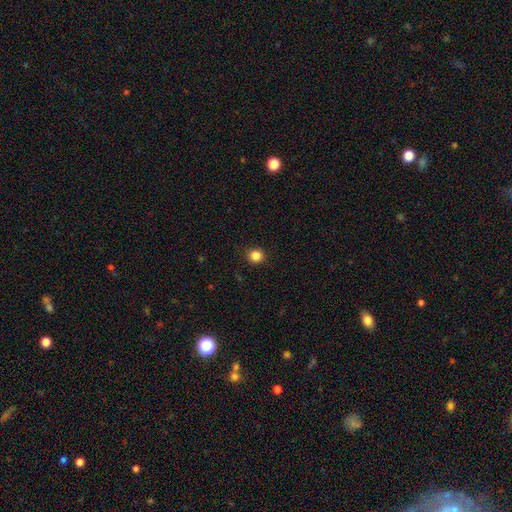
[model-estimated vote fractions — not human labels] Smooth or featured? smooth (85%)
How rounded? round (92%)
Merging? none (91%)